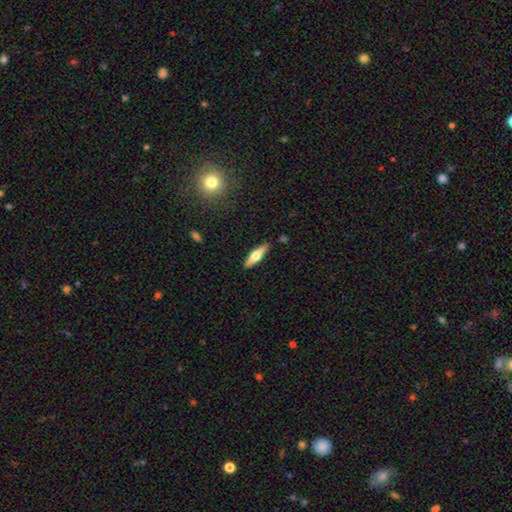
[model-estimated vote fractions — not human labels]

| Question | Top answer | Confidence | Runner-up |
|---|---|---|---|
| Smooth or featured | featured or disk | 54% | smooth (41%) |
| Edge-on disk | yes | 95% | no (5%) |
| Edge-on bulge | rounded | 93% | boxy (5%) |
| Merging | none | 89% | minor disturbance (8%) |